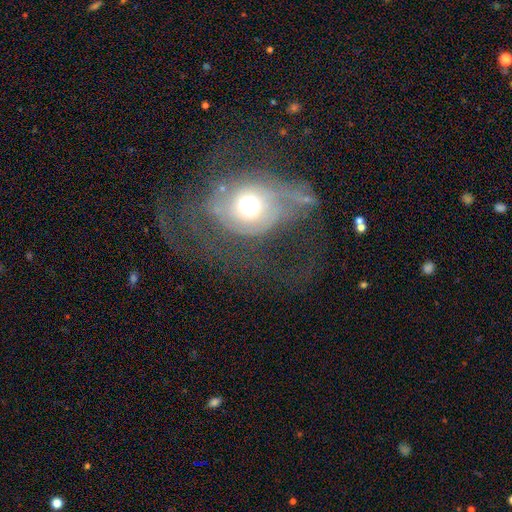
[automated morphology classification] A featured or disk galaxy (65%) with no bar (83%), spiral arms (61%) and a moderate central bulge (60%). Merging: major disturbance (45%).